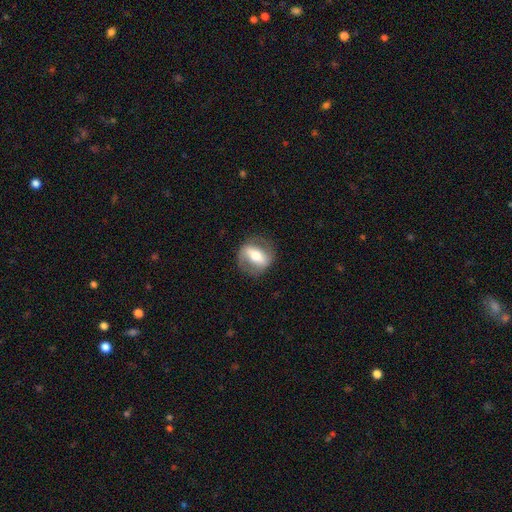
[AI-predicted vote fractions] smooth-or-featured: featured or disk: 60% | smooth: 33% | star or artifact: 6%
  disk-edge-on: no: 85% | yes: 15%
    bar: strong: 59% | weak: 25% | no: 16%
    has-spiral-arms: yes: 50% (tied) | no: 50% (tied)
    bulge-size: moderate: 62% | large: 21% | small: 14% | dominant: 3% | none: 1%
  merging: none: 78% | minor disturbance: 14% | major disturbance: 7% | merger: 1%